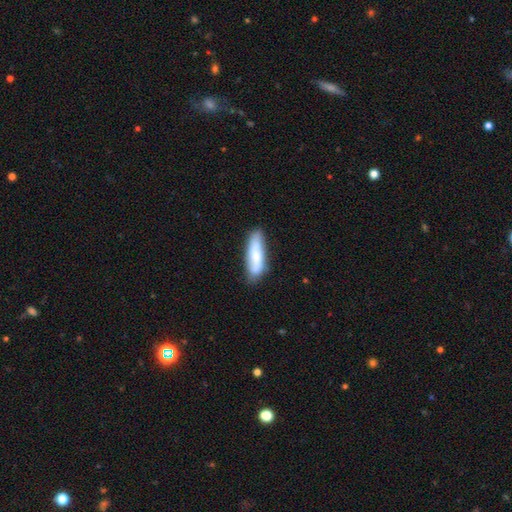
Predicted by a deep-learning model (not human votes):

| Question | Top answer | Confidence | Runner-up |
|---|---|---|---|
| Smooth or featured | smooth | 70% | featured or disk (24%) |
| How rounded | cigar-shaped | 57% | in between (41%) |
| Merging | none | 78% | minor disturbance (17%) |